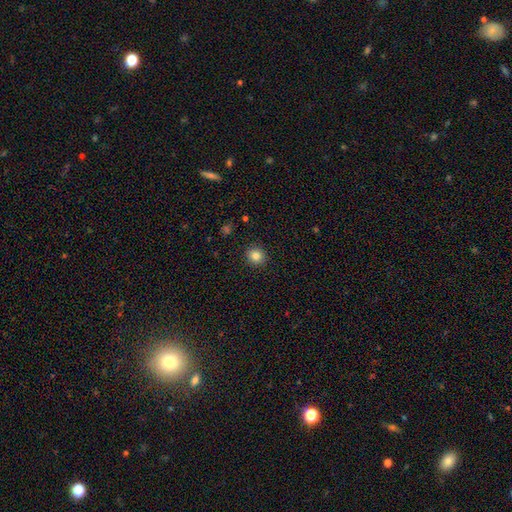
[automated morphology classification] smooth-or-featured: smooth: 83% | star or artifact: 11% | featured or disk: 6%
  how-rounded: round: 88% | in between: 11% | cigar-shaped: 1%
  merging: none: 92% | minor disturbance: 6% | major disturbance: 2% | merger: 1%